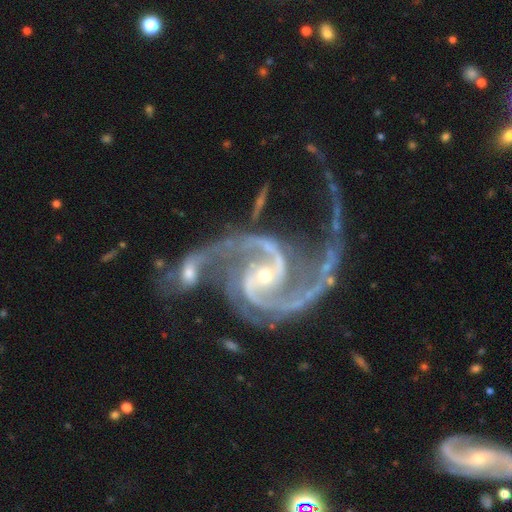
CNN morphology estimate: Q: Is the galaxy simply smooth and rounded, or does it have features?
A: featured or disk — 94%.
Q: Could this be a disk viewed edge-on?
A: no — 98%.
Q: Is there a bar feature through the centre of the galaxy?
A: no — 39%.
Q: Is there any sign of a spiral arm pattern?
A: yes — 99%.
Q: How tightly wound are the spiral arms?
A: medium — 54%.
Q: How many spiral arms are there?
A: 2 — 78%.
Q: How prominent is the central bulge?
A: small — 65%.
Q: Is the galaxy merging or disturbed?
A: merger — 39%.